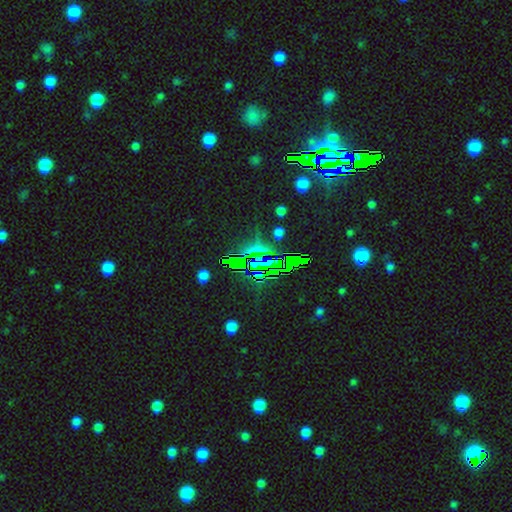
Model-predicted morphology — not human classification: smooth_or_featured: star or artifact (p=0.77) [alt: smooth p=0.13]